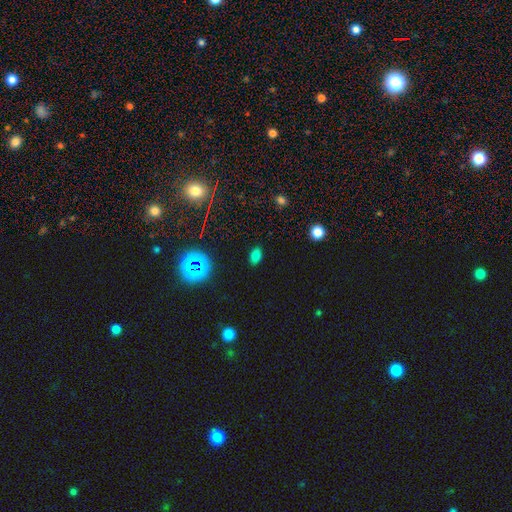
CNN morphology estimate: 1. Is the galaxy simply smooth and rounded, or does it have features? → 71% smooth, 23% star or artifact, 6% featured or disk.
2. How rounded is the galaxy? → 86% in between, 11% round, 2% cigar-shaped.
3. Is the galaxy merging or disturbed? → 87% none, 9% minor disturbance, 3% major disturbance, 1% merger.